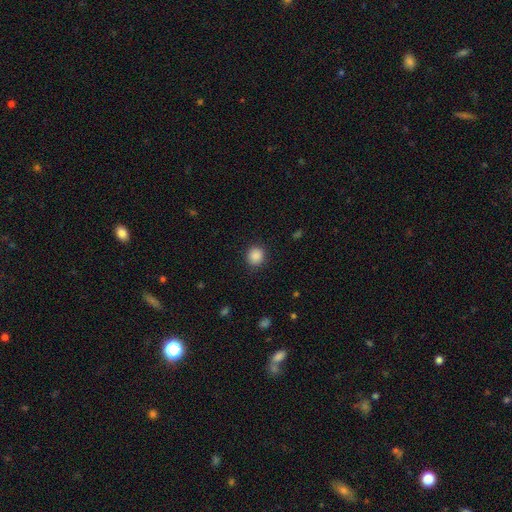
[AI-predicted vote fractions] smooth 88%, star or artifact 9%, featured or disk 3%. Down the decision tree: how rounded — round (83%); merging — none (88%).